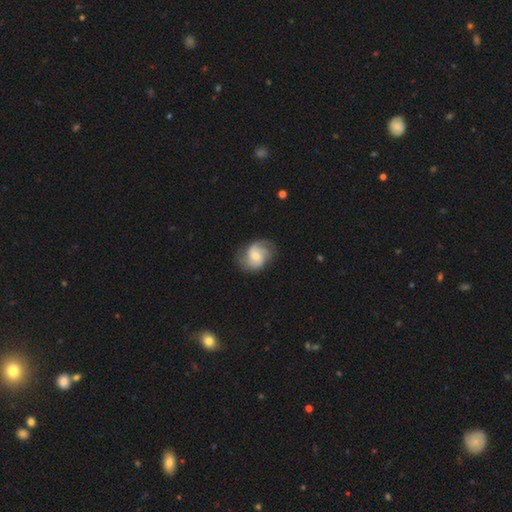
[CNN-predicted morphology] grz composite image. It shows a featured or disk galaxy (70%) with no bar (51%), 2 (53%) medium (46%) spiral arms (93%) and a small central bulge (46%). Merging: none (66%).